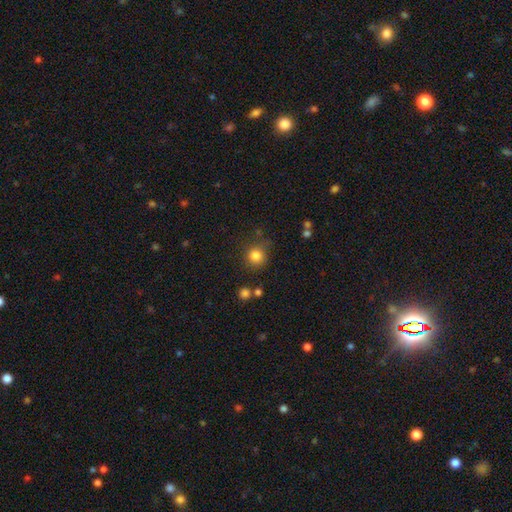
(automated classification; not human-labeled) Smooth or featured? Predicted: smooth (p=0.83). How rounded? Predicted: round (p=0.91). Merging? Predicted: none (p=0.80).